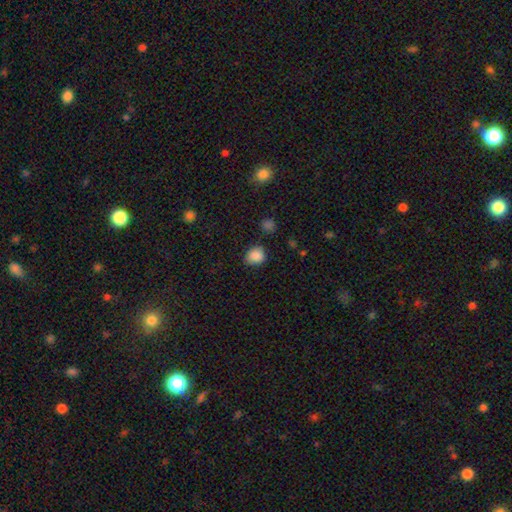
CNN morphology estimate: Smooth or featured? Predicted: smooth (p=0.86). How rounded? Predicted: round (p=0.63). Merging? Predicted: none (p=0.73).